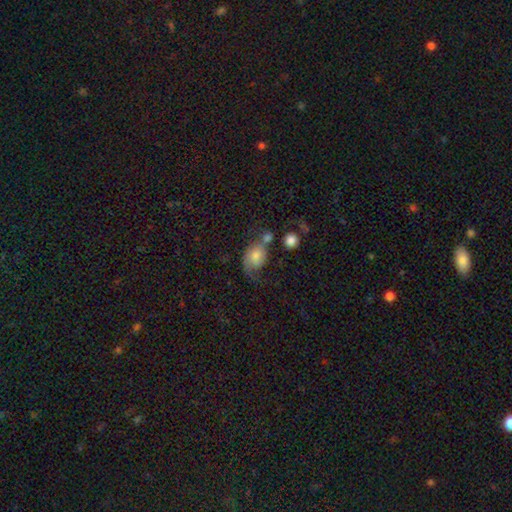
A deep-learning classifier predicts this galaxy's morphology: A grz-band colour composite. It shows a smooth galaxy with no disk features (52%) that is in between round and cigar-shaped (57%). Merging: none (34%).